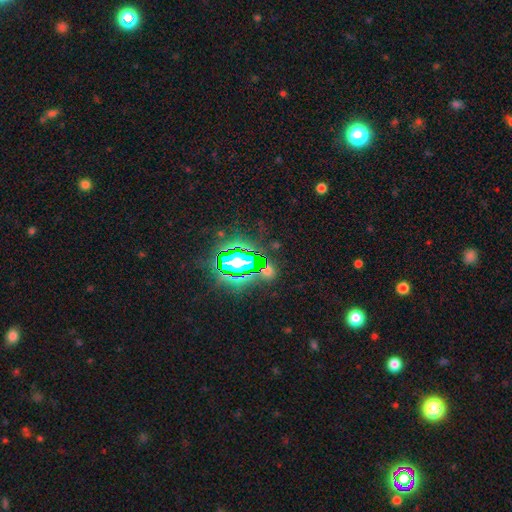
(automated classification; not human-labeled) Overall: star or artifact (81%).